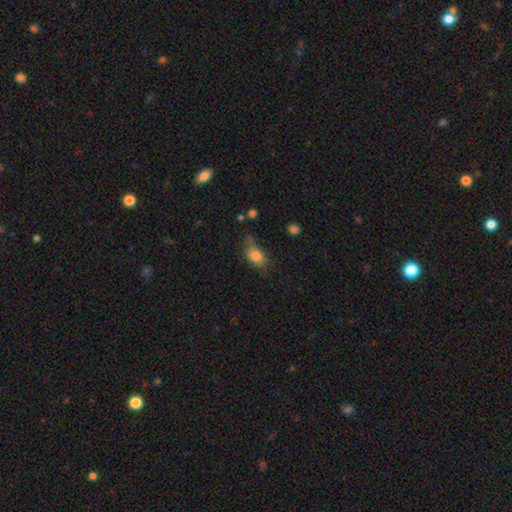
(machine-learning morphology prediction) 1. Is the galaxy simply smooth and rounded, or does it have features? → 82% smooth, 9% featured or disk, 9% star or artifact.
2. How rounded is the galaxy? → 83% in between, 13% round, 4% cigar-shaped.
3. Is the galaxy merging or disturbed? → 52% none, 31% minor disturbance, 12% major disturbance, 4% merger.